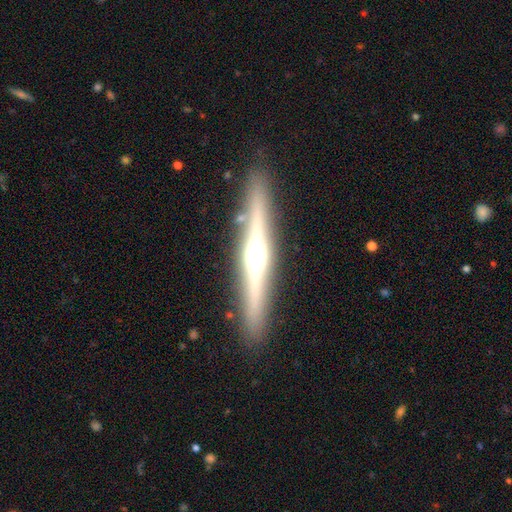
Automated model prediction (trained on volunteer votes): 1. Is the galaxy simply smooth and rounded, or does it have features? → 75% featured or disk, 18% smooth, 6% star or artifact.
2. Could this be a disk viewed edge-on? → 97% yes, 3% no.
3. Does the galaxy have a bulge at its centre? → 90% rounded, 6% boxy, 3% none.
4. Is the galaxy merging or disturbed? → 89% none, 7% minor disturbance, 2% major disturbance, 2% merger.